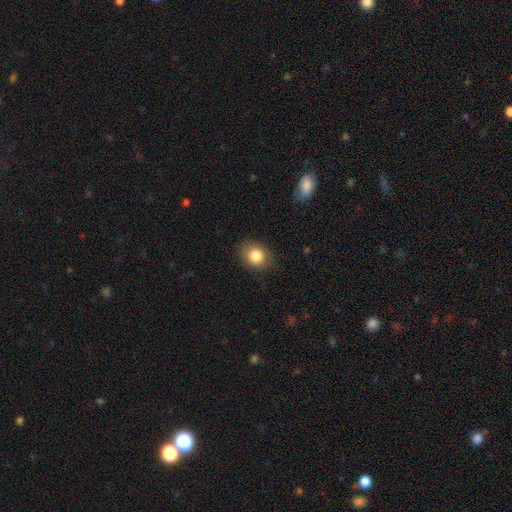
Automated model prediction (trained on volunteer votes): Q: Smooth or featured?
A: smooth (84%); runner-up: star or artifact (9%)
Q: How rounded?
A: round (61%); runner-up: in between (38%)
Q: Merging?
A: none (84%); runner-up: minor disturbance (12%)